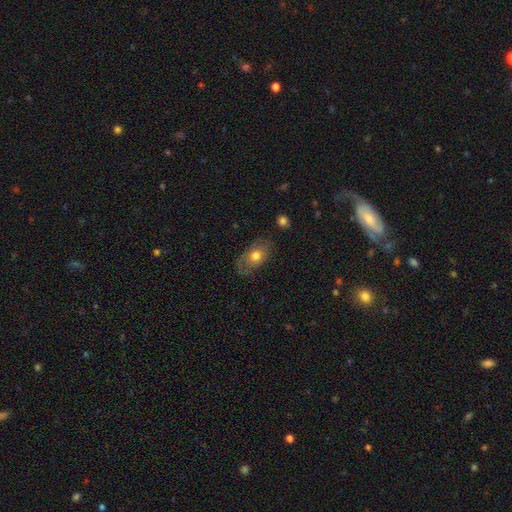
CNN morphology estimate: Q: Smooth or featured?
A: smooth (60%); runner-up: featured or disk (32%)
Q: How rounded?
A: in between (84%); runner-up: round (14%)
Q: Merging?
A: none (67%); runner-up: minor disturbance (22%)